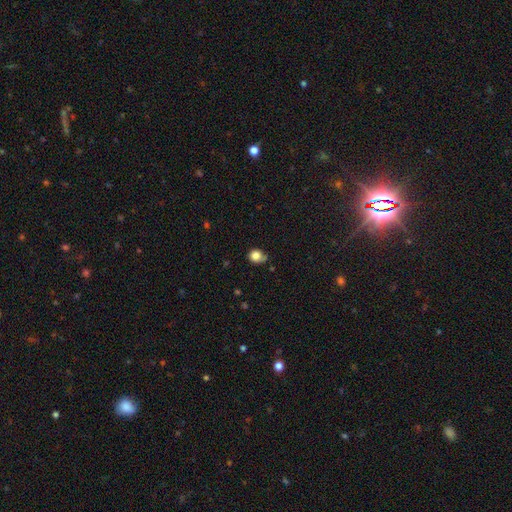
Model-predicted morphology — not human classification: smooth_or_featured: smooth (p=0.81) [alt: star or artifact p=0.10]
how_rounded: round (p=0.65) [alt: in between p=0.34]
merging: none (p=0.55) [alt: minor disturbance p=0.33]